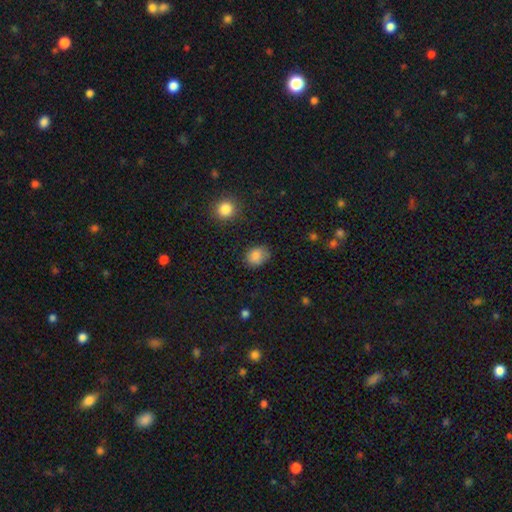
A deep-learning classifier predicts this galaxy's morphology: A smooth galaxy with no disk features (85%) that is in between round and cigar-shaped (60%).

Vote fractions:
- Smooth or featured? smooth: 85% / star or artifact: 9% / featured or disk: 5%
- How rounded? in between: 60% / round: 39% / cigar-shaped: 1%
- Merging? none: 75% / minor disturbance: 19% / major disturbance: 4% / merger: 2%